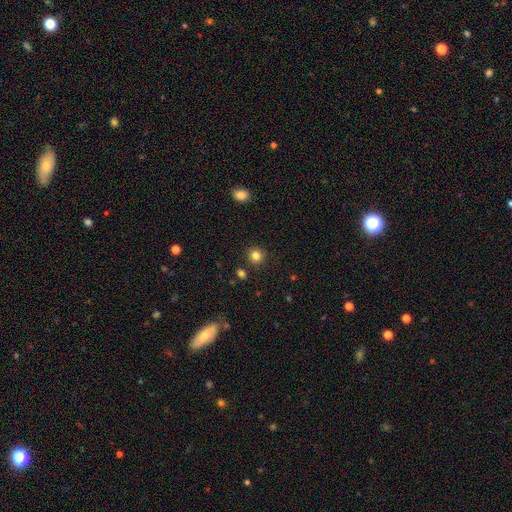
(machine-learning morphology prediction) This is clearly a smooth galaxy (83%). How rounded: clearly round (92%). Merging: clearly none (90%).